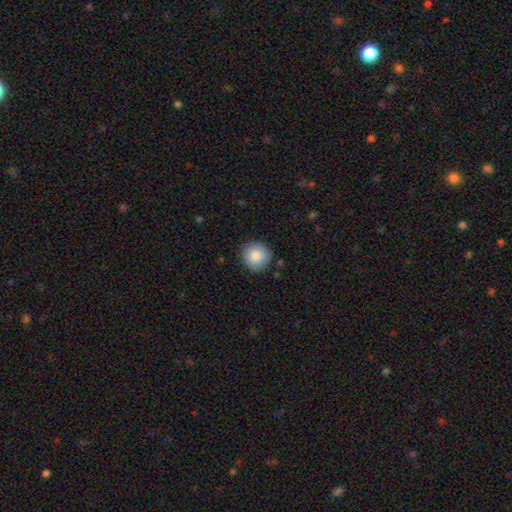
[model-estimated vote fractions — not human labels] Q: Smooth or featured?
A: smooth (86%); runner-up: star or artifact (8%)
Q: How rounded?
A: round (94%); runner-up: in between (5%)
Q: Merging?
A: none (87%); runner-up: minor disturbance (9%)